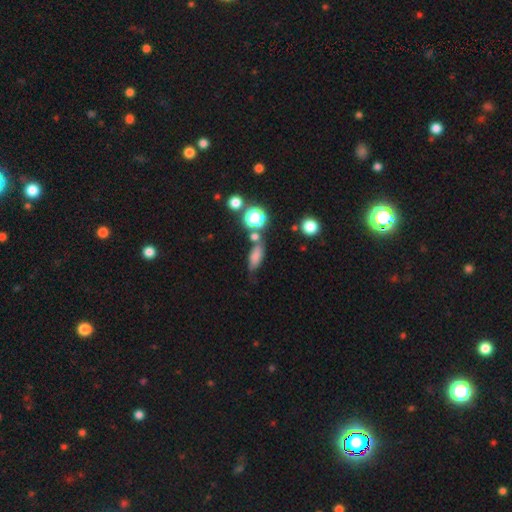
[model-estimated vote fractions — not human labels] A smooth galaxy with no disk features (70%) that is in between round and cigar-shaped (67%).

Vote fractions:
- Smooth or featured? smooth: 70% / star or artifact: 15% / featured or disk: 15%
- How rounded? in between: 67% / cigar-shaped: 21% / round: 13%
- Merging? none: 56% / minor disturbance: 22% / merger: 14% / major disturbance: 9%